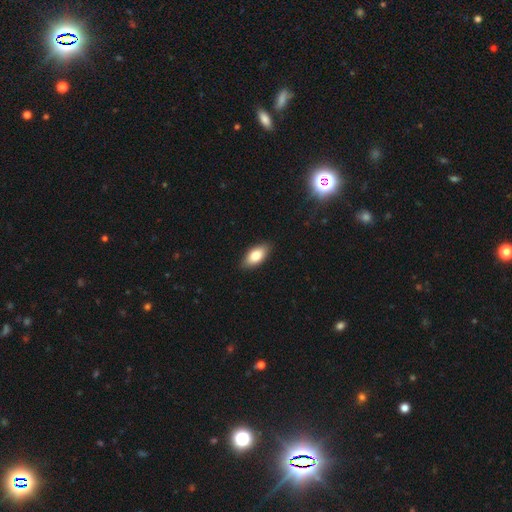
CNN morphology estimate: Smooth or featured: smooth — 81% (featured or disk — 13%)
How rounded: in between — 91% (cigar-shaped — 6%)
Merging: none — 88% (minor disturbance — 9%)